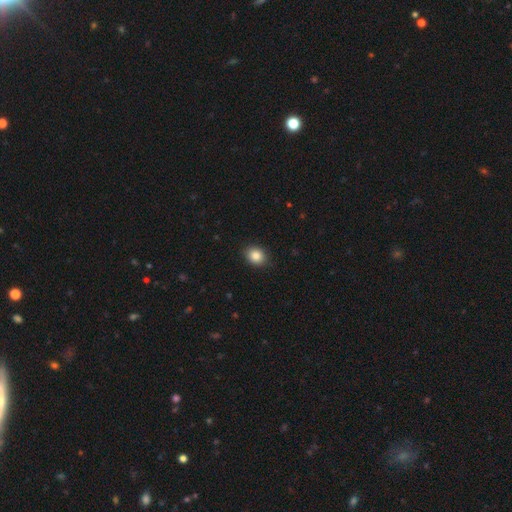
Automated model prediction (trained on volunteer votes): smooth 86%, star or artifact 10%, featured or disk 5%. Down the decision tree: how rounded — round (60%); merging — none (88%).